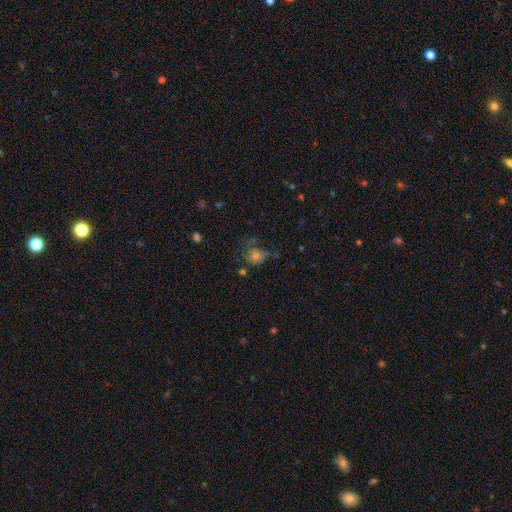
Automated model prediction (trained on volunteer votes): Smooth or featured? Predicted: smooth (p=0.51). How rounded? Predicted: round (p=0.71). Merging? Predicted: none (p=0.46).